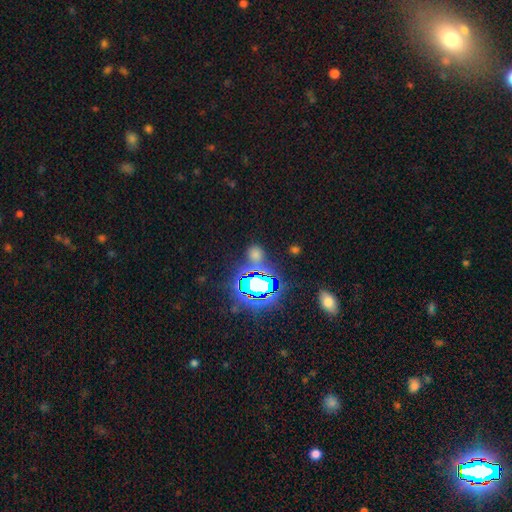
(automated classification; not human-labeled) Smooth or featured? Predicted: star or artifact (p=0.51).